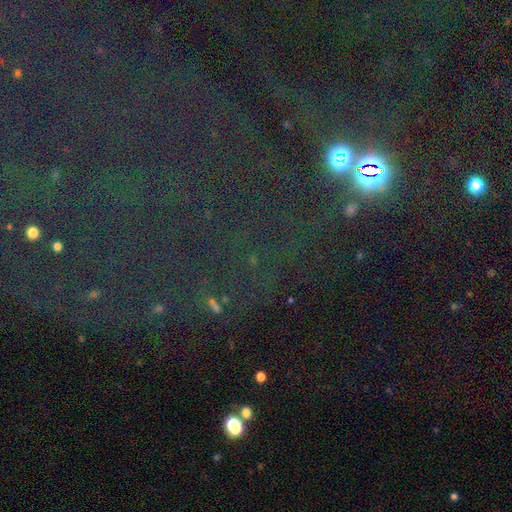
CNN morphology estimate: Smooth or featured: star or artifact — 82% (smooth — 9%)